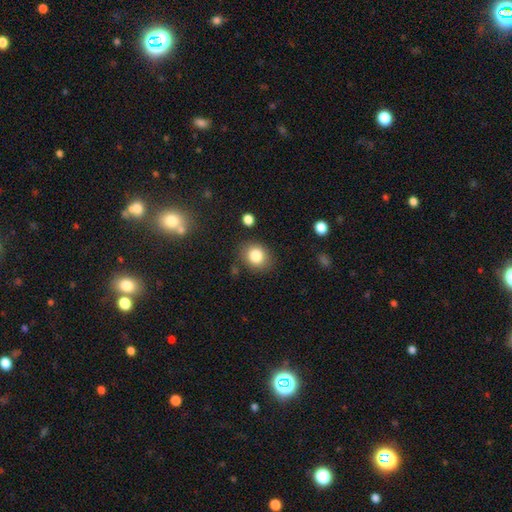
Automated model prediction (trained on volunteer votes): A smooth galaxy with no disk features (83%) that is round (65%).

Vote fractions:
- Smooth or featured? smooth: 83% / star or artifact: 10% / featured or disk: 7%
- How rounded? round: 65% / in between: 34% / cigar-shaped: 1%
- Merging? none: 81% / minor disturbance: 12% / major disturbance: 4% / merger: 3%